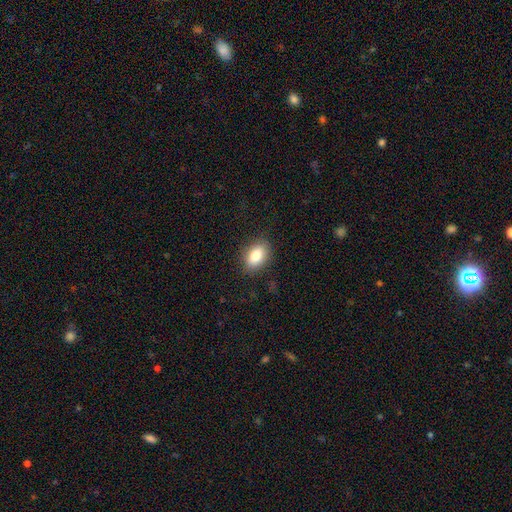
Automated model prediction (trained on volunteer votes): Smooth or featured: smooth — 85% (featured or disk — 8%)
How rounded: in between — 88% (round — 10%)
Merging: none — 86% (minor disturbance — 10%)